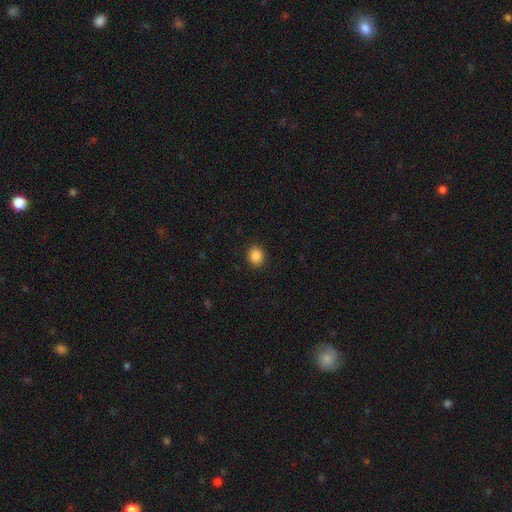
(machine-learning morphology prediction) The model was most divided on "how rounded": round: 81%, in between: 18%, cigar-shaped: 1%. More confident: merging — none (92%); smooth or featured — smooth (88%).